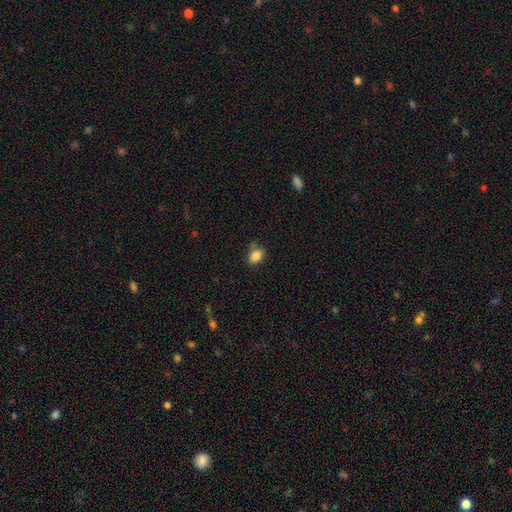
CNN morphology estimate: smooth-or-featured: smooth: 85% | star or artifact: 10% | featured or disk: 5%
  how-rounded: in between: 68% | round: 30% | cigar-shaped: 1%
  merging: none: 69% | minor disturbance: 22% | major disturbance: 5% | merger: 4%